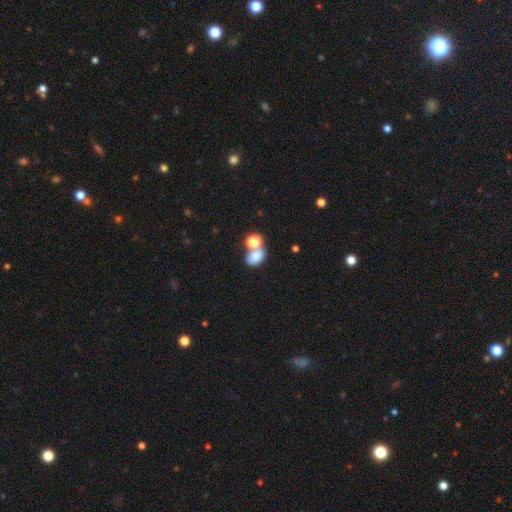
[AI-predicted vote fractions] smooth 79%, star or artifact 12%, featured or disk 10%. Down the decision tree: how rounded — in between (74%); merging — merger (45%).